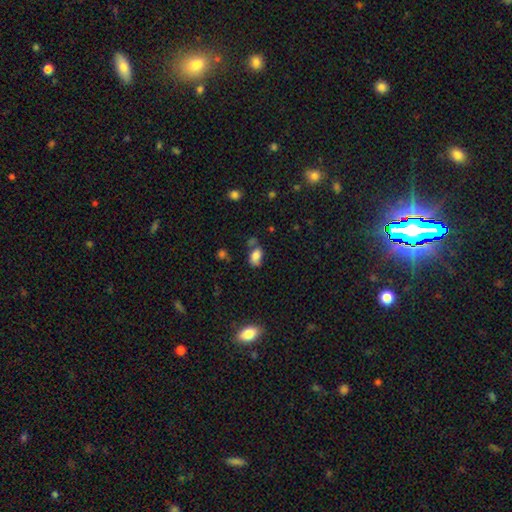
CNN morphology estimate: Smooth or featured? smooth (81%)
How rounded? in between (89%)
Merging? none (53%)